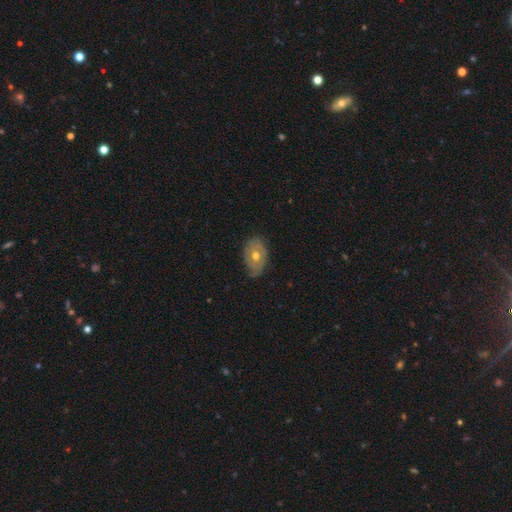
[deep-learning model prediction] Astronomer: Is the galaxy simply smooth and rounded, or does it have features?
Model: featured or disk — 56% (runner-up: smooth, 36%).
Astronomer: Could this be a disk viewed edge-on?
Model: no — 92%.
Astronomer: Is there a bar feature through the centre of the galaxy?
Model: no — 87%.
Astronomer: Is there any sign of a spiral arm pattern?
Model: no — 53% (runner-up: yes, 47%).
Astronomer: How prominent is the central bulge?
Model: moderate — 77%.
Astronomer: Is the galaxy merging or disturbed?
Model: none — 68%.